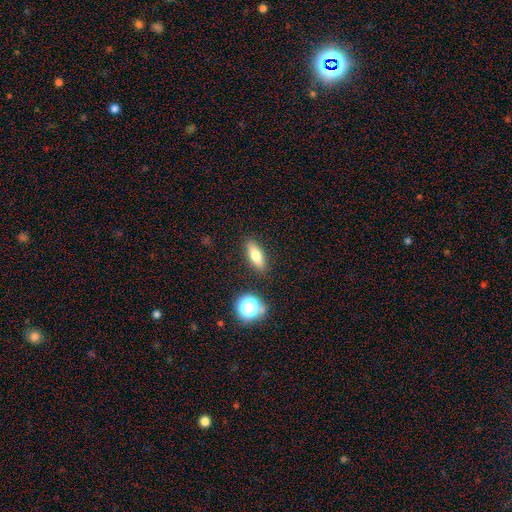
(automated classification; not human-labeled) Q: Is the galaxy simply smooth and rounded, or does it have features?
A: smooth — 67%.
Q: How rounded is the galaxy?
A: in between — 57%.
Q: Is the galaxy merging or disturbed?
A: none — 87%.